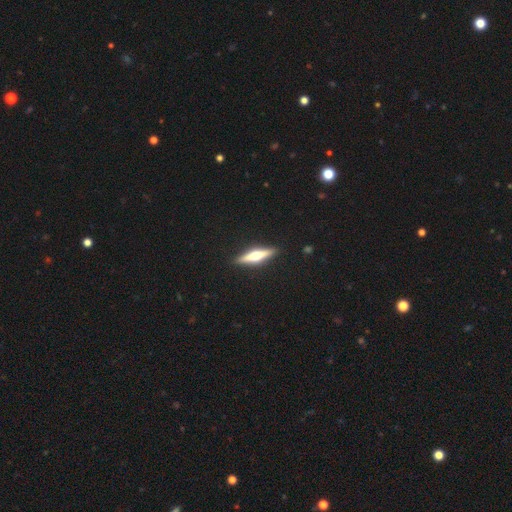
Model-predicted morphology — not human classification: Smooth or featured? featured or disk (64%)
Edge-on disk? yes (97%)
Edge-on bulge? rounded (92%)
Merging? none (91%)